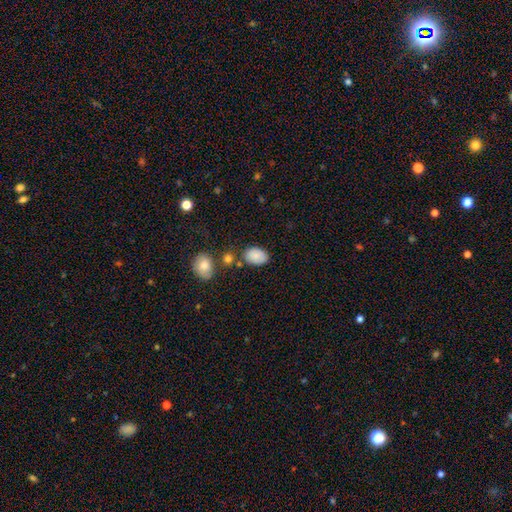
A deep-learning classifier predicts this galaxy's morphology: smooth 84%, featured or disk 8%, star or artifact 8%. Down the decision tree: how rounded — in between (86%); merging — none (73%).